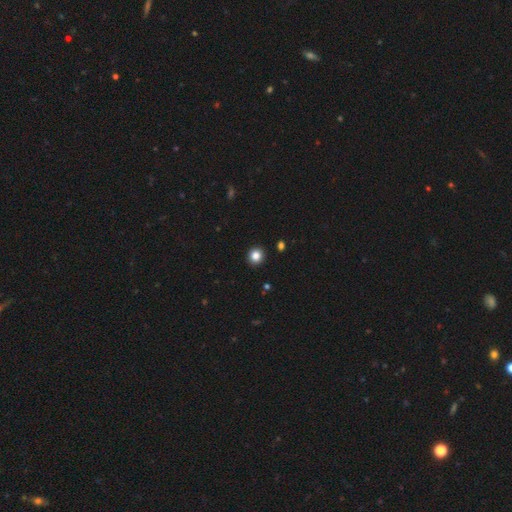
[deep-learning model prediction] A smooth galaxy with no disk features (84%) that is round (89%).

Vote fractions:
- Smooth or featured? smooth: 84% / star or artifact: 11% / featured or disk: 5%
- How rounded? round: 89% / in between: 10% / cigar-shaped: 1%
- Merging? none: 93% / minor disturbance: 5% / major disturbance: 2% / merger: 1%